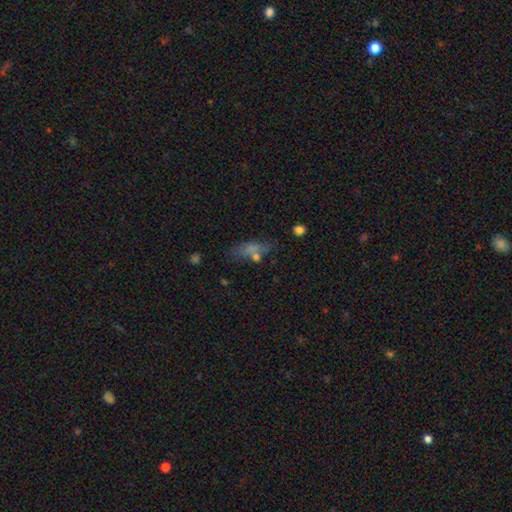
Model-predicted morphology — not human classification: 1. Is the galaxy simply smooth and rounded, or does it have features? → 61% smooth, 20% featured or disk, 19% star or artifact.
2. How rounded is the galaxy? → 71% in between, 22% cigar-shaped, 8% round.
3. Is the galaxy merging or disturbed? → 52% none, 21% minor disturbance, 14% merger, 13% major disturbance.